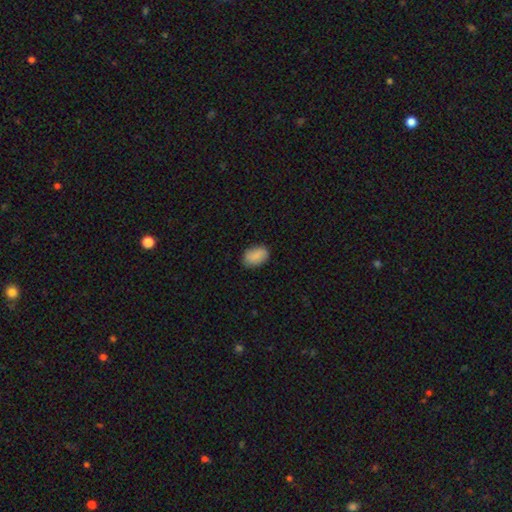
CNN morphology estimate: A smooth galaxy with no disk features (86%) that is in between round and cigar-shaped (89%). Merging: none (84%).